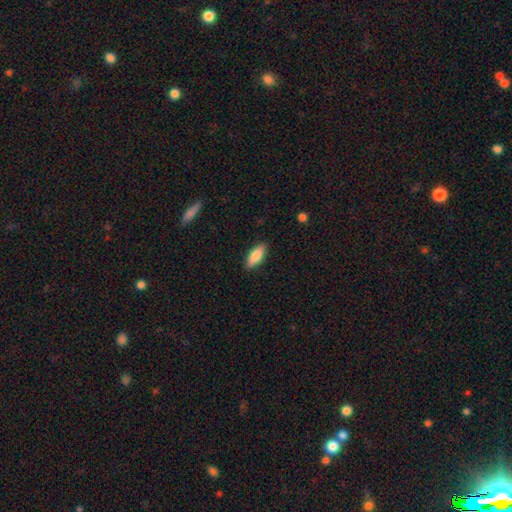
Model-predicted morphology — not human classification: The model was most divided on "how rounded": in between: 74%, cigar-shaped: 24%, round: 2%. More confident: merging — none (88%); smooth or featured — smooth (84%).